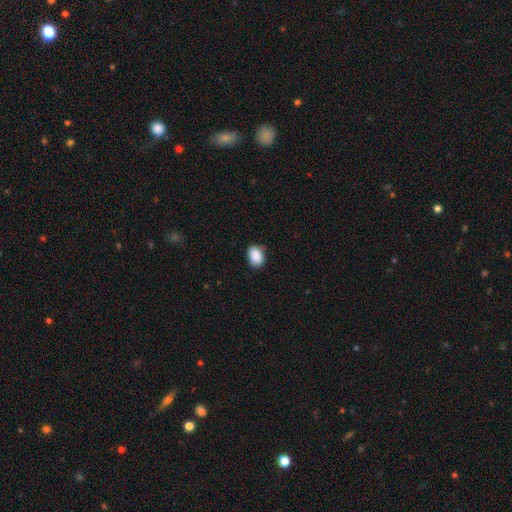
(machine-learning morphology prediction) Smooth or featured? Predicted: smooth (p=0.90). How rounded? Predicted: in between (p=0.80). Merging? Predicted: none (p=0.78).